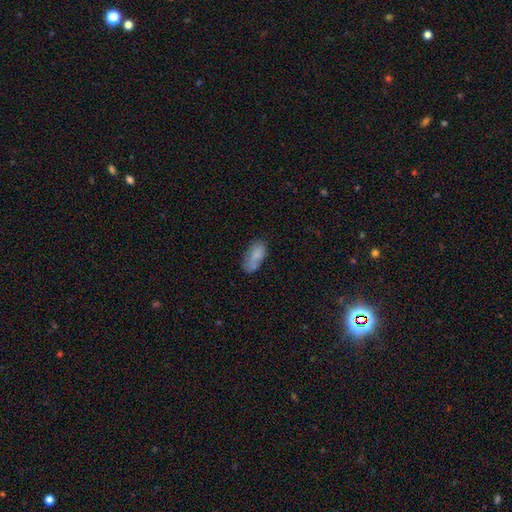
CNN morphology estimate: smooth_or_featured: smooth (p=0.78) [alt: featured or disk p=0.13]
how_rounded: in between (p=0.89) [alt: cigar-shaped p=0.08]
merging: none (p=0.51) [alt: minor disturbance p=0.25]